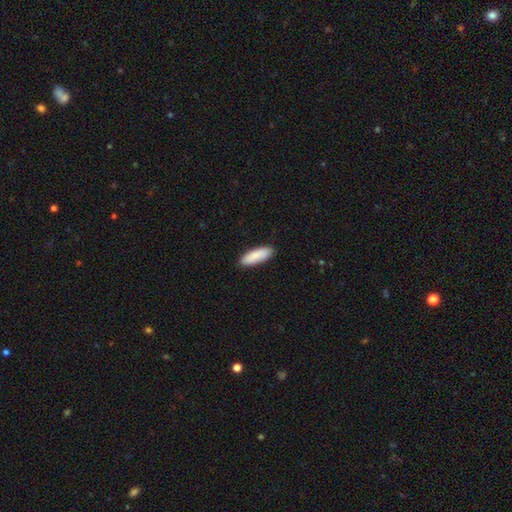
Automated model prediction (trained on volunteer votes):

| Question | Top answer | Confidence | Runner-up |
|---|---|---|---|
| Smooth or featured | smooth | 89% | featured or disk (6%) |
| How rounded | in between | 57% | cigar-shaped (41%) |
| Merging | none | 89% | minor disturbance (8%) |